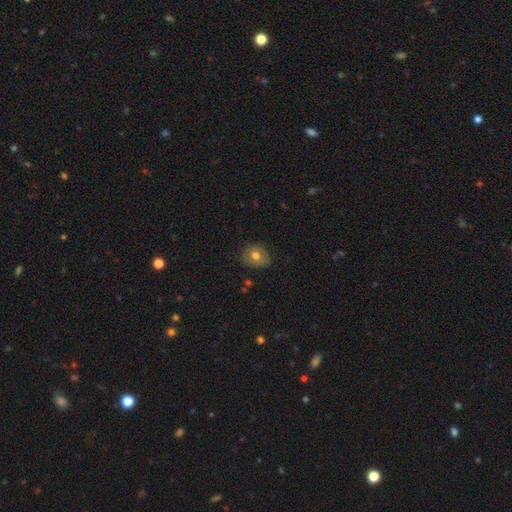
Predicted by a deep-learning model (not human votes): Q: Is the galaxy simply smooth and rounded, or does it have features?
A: smooth — 68%.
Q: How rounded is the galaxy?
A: round — 64%.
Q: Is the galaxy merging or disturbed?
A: none — 75%.